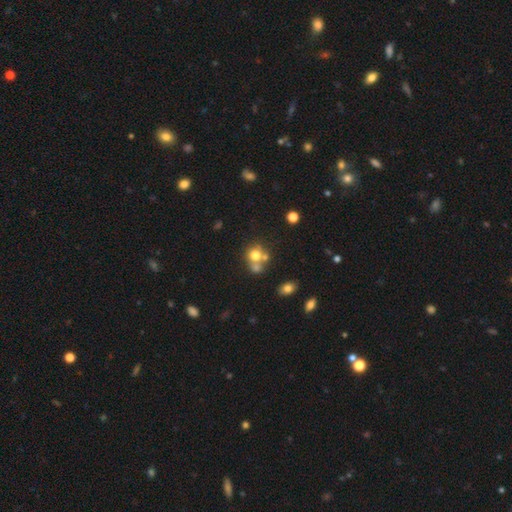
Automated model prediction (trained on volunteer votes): Smooth or featured? smooth (70%)
How rounded? round (80%)
Merging? merger (44%)